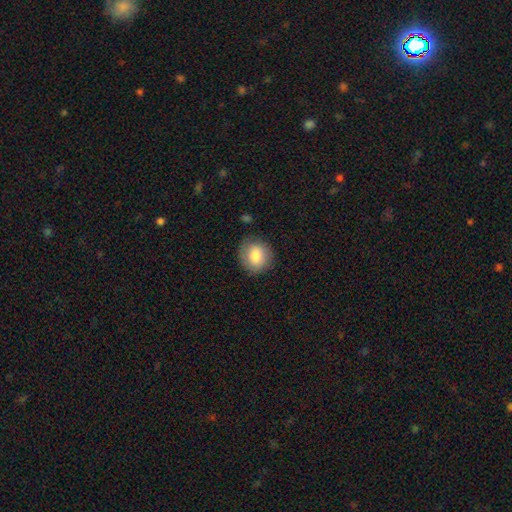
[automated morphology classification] The model was most divided on "how rounded": round: 81%, in between: 18%, cigar-shaped: 1%. More confident: smooth or featured — smooth (83%); merging — none (83%).